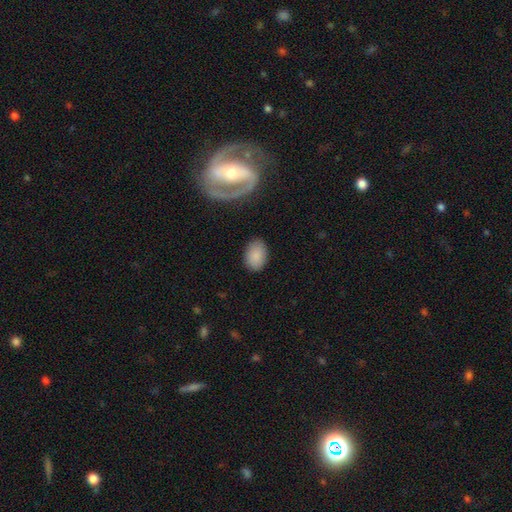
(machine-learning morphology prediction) Smooth or featured?
  - smooth: 87% *
  - star or artifact: 7%
  - featured or disk: 6%
How rounded?
  - in between: 83% *
  - round: 16%
  - cigar-shaped: 1%
Merging?
  - none: 85% *
  - minor disturbance: 11%
  - major disturbance: 3%
  - merger: 2%